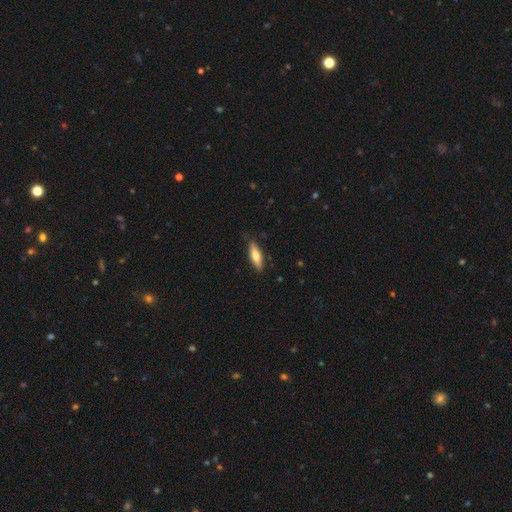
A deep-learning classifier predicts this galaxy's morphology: This is likely a smooth galaxy (70%). How rounded: possibly cigar-shaped (52%). Merging: clearly none (81%).